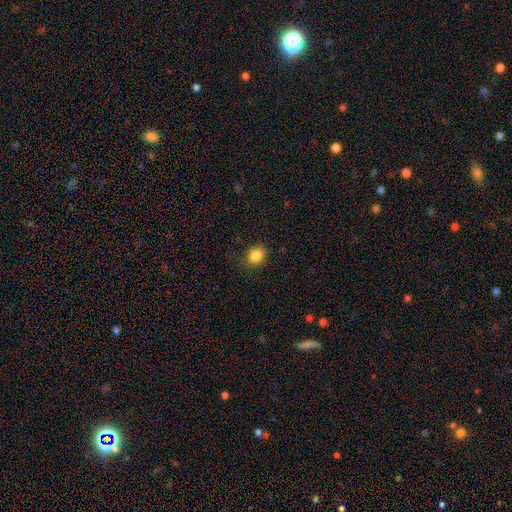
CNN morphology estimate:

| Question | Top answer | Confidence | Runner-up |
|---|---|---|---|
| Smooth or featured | smooth | 85% | star or artifact (10%) |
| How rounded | round | 53% | in between (46%) |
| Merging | none | 79% | minor disturbance (15%) |